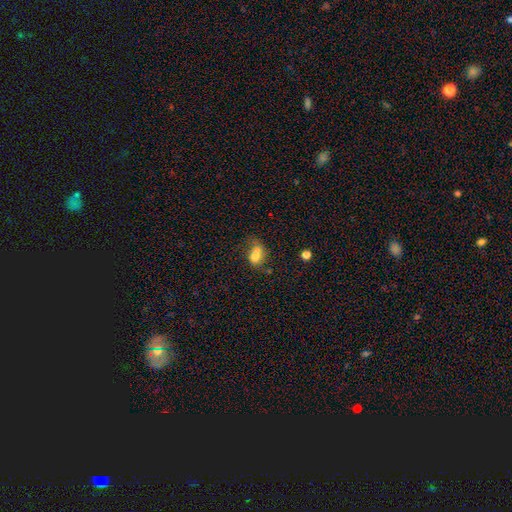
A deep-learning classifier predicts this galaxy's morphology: The model was most divided on "merging": merger: 44%, none: 26%, minor disturbance: 17%, major disturbance: 13%. More confident: smooth or featured — smooth (67%); how rounded — in between (65%).